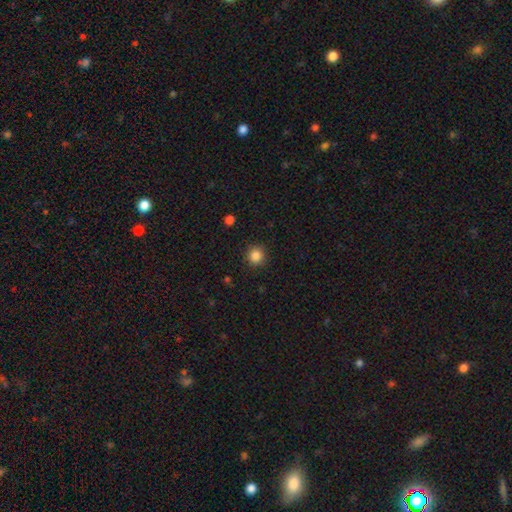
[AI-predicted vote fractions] Smooth or featured: smooth — 85% (star or artifact — 11%)
How rounded: round — 93% (in between — 6%)
Merging: none — 90% (minor disturbance — 7%)